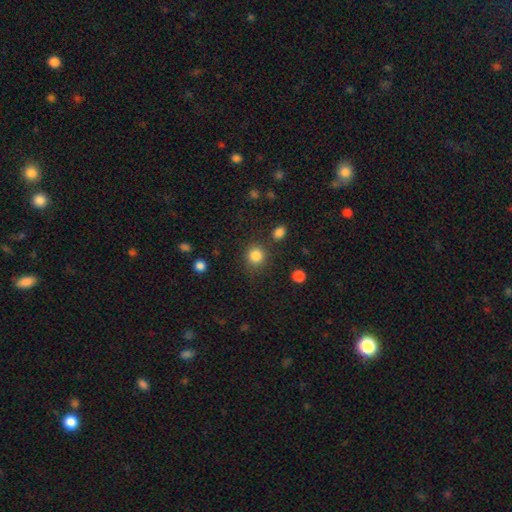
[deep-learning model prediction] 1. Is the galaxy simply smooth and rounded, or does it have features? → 85% smooth, 11% star or artifact, 4% featured or disk.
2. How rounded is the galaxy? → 87% round, 12% in between, 1% cigar-shaped.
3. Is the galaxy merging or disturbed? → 81% none, 10% minor disturbance, 5% merger, 4% major disturbance.